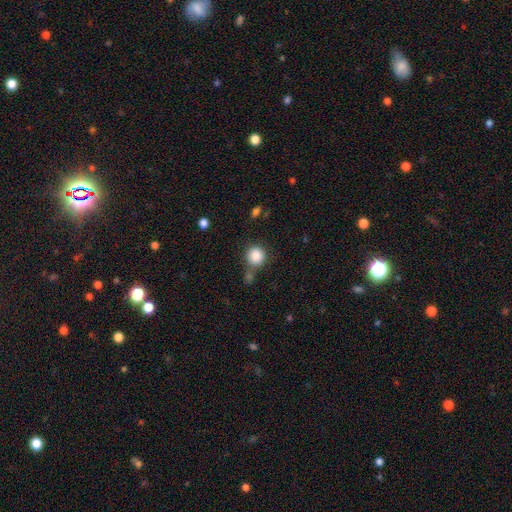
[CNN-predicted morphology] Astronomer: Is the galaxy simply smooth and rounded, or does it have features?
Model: smooth — 85%.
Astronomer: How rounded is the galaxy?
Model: round — 90%.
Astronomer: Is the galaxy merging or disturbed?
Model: none — 69%.